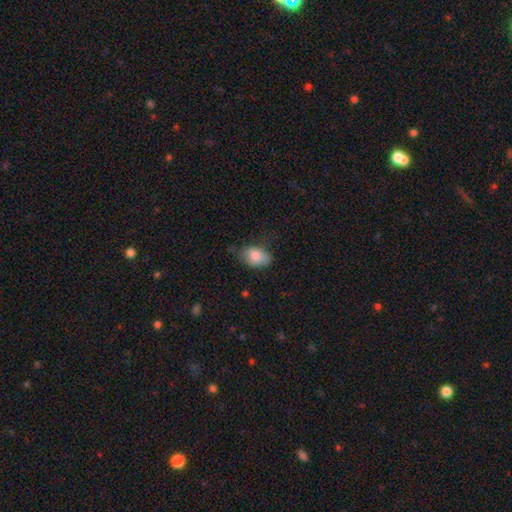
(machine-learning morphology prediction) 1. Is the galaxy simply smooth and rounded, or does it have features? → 83% smooth, 10% featured or disk, 7% star or artifact.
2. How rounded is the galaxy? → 86% in between, 12% round, 1% cigar-shaped.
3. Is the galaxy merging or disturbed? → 63% none, 28% minor disturbance, 7% major disturbance, 2% merger.